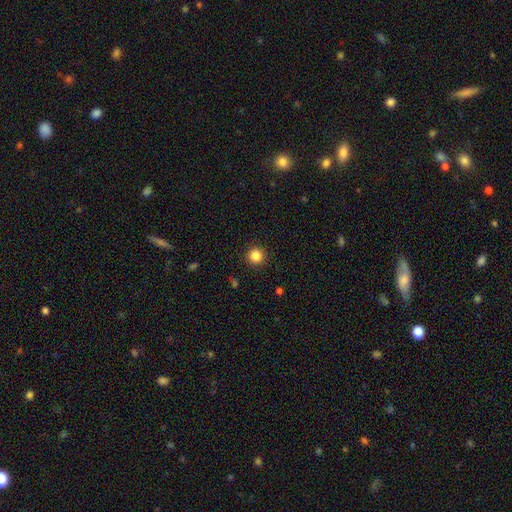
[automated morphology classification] A smooth galaxy with no disk features (84%) that is round (95%). Merging: none (92%).